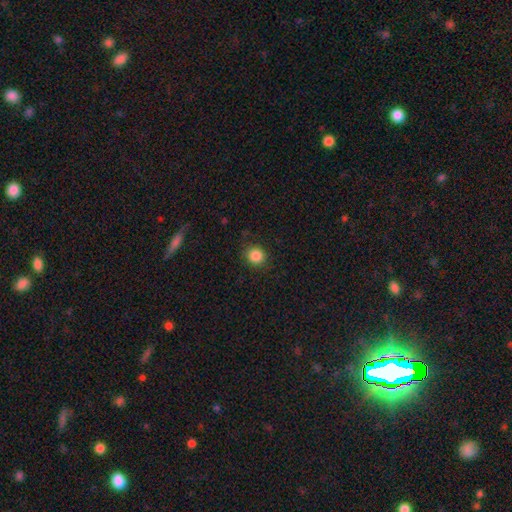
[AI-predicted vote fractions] Smooth or featured? smooth (86%)
How rounded? round (87%)
Merging? none (87%)